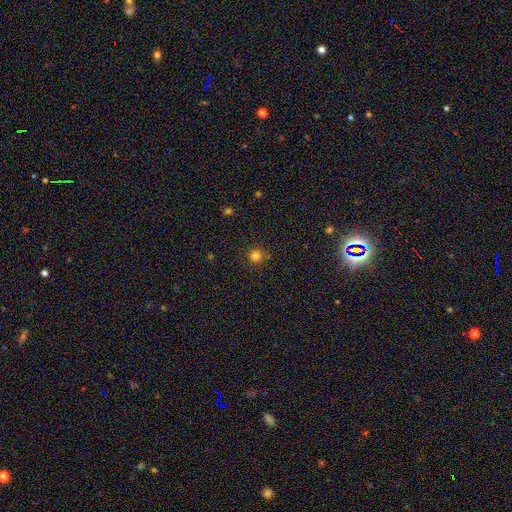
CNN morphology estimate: This is likely a smooth galaxy (80%). How rounded: clearly round (94%). Merging: clearly none (88%).